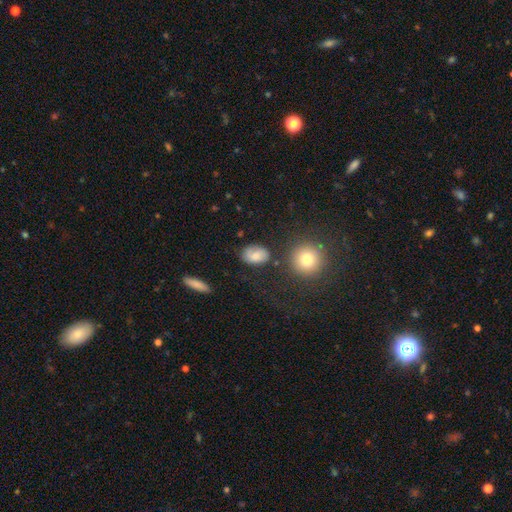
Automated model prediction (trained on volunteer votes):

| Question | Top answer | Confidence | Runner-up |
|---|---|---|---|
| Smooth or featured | smooth | 74% | featured or disk (17%) |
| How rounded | in between | 79% | round (19%) |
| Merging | none | 68% | minor disturbance (21%) |